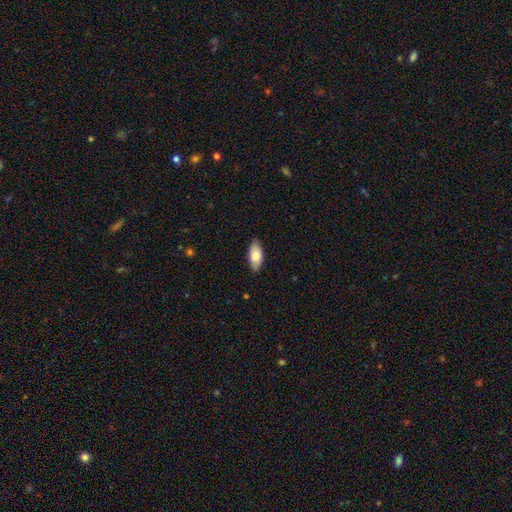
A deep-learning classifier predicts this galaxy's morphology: This appears to be a smooth galaxy with no disk features (82%) that is in between round and cigar-shaped (90%). Merging: none (86%).